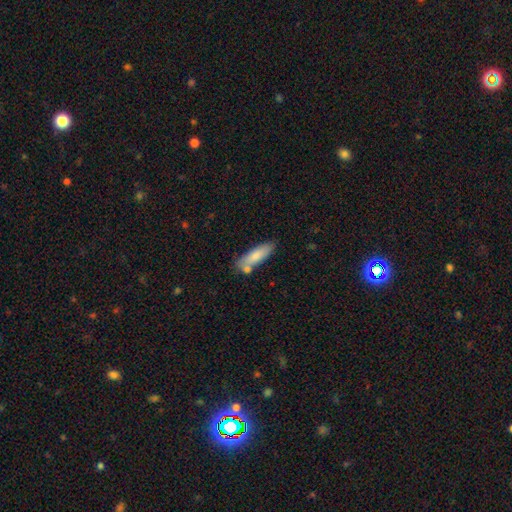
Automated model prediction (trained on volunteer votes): Q: Smooth or featured?
A: smooth (79%); runner-up: featured or disk (15%)
Q: How rounded?
A: cigar-shaped (51%); runner-up: in between (48%)
Q: Merging?
A: none (64%); runner-up: minor disturbance (17%)